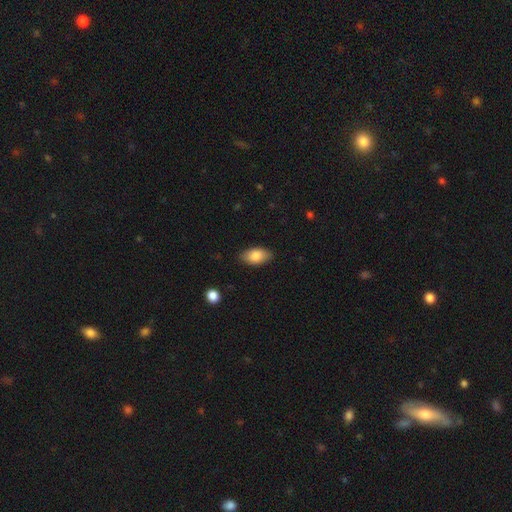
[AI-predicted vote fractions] Smooth or featured: smooth — 85% (featured or disk — 8%)
How rounded: in between — 93% (round — 4%)
Merging: none — 85% (minor disturbance — 11%)